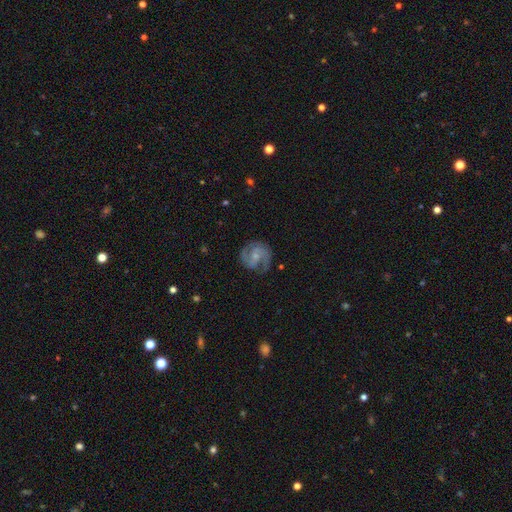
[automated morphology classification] This appears to be a featured or disk galaxy (85%) with no bar (52%), 2 (81%) medium (53%) spiral arms (97%) and a small central bulge (61%). Merging: none (77%).